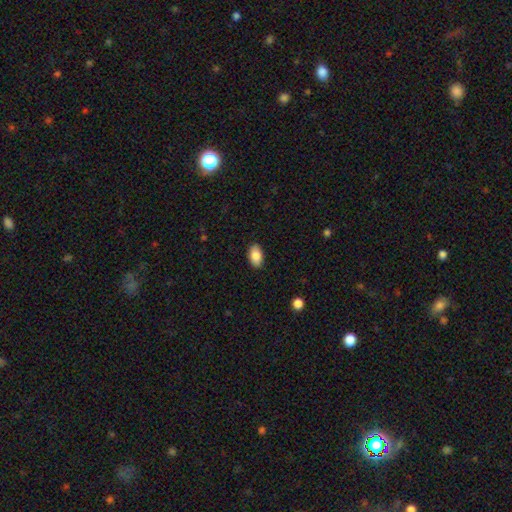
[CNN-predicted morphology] A smooth galaxy with no disk features (86%) that is in between round and cigar-shaped (93%). Merging: none (88%).